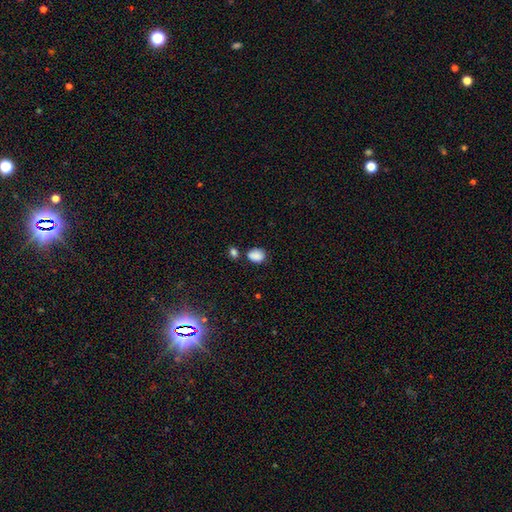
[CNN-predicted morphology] A smooth galaxy with no disk features (86%) that is in between round and cigar-shaped (62%).

Vote fractions:
- Smooth or featured? smooth: 86% / star or artifact: 9% / featured or disk: 5%
- How rounded? in between: 62% / round: 36% / cigar-shaped: 1%
- Merging? none: 63% / minor disturbance: 19% / merger: 13% / major disturbance: 5%